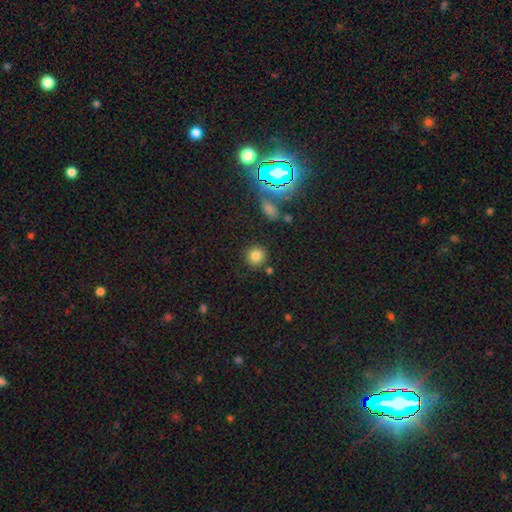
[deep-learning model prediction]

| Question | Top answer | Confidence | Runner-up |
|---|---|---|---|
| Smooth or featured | smooth | 81% | star or artifact (12%) |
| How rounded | round | 90% | in between (9%) |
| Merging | none | 84% | minor disturbance (8%) |